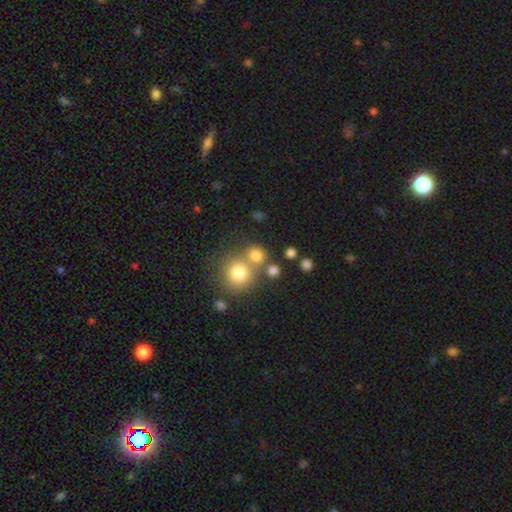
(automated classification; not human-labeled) smooth_or_featured: smooth (p=0.77) [alt: star or artifact p=0.14]
how_rounded: round (p=0.86) [alt: in between p=0.13]
merging: none (p=0.57) [alt: merger p=0.31]